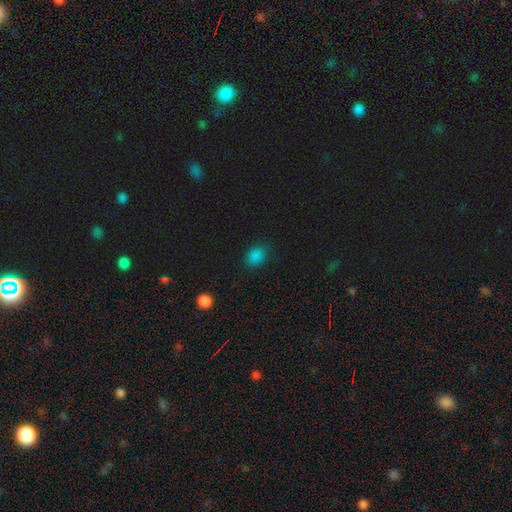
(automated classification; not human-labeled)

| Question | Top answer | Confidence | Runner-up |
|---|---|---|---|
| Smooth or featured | smooth | 81% | star or artifact (15%) |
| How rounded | in between | 57% | round (42%) |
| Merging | none | 85% | minor disturbance (11%) |